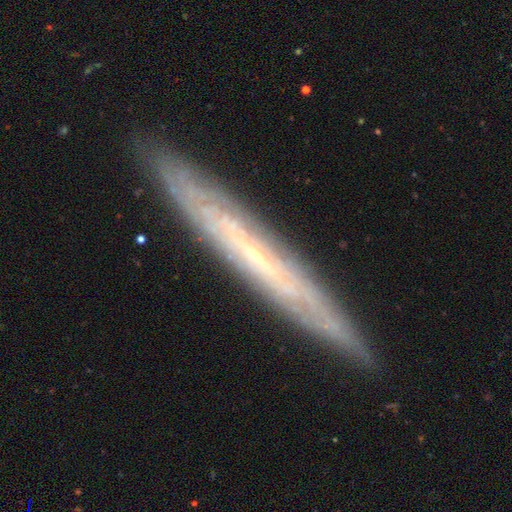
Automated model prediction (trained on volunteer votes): Smooth or featured? Predicted: featured or disk (p=0.76). Edge-on disk? Predicted: yes (p=0.77). Edge-on bulge? Predicted: none (p=0.67). Merging? Predicted: none (p=0.87).